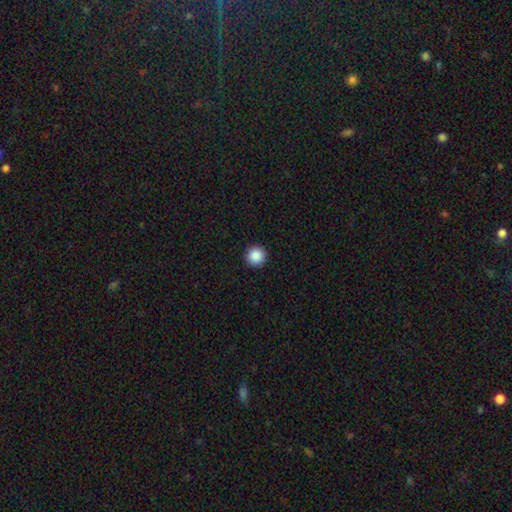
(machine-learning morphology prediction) type=smooth (88%); roundness=round (96%); merging=none (94%).